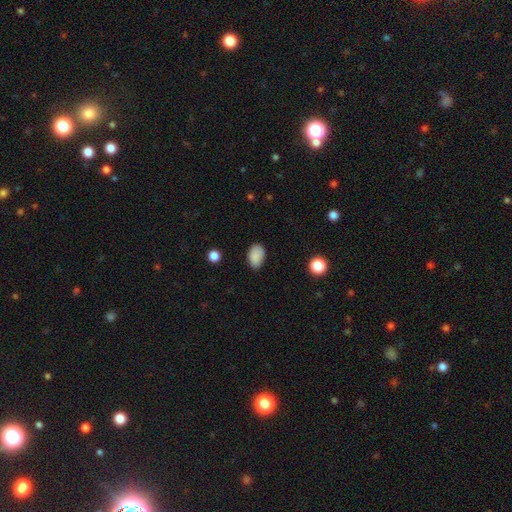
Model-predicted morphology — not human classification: Q: Smooth or featured?
A: smooth (88%); runner-up: star or artifact (8%)
Q: How rounded?
A: in between (88%); runner-up: round (11%)
Q: Merging?
A: none (82%); runner-up: minor disturbance (14%)